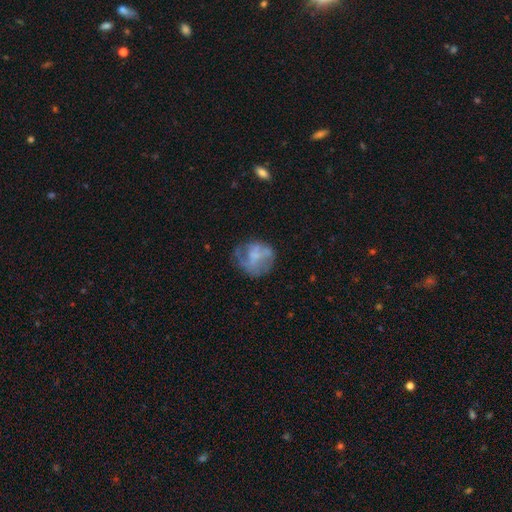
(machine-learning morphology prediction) Smooth or featured?
  - featured or disk: 49% *
  - smooth: 41%
  - star or artifact: 10%
Merging?
  - none: 53% *
  - minor disturbance: 22%
  - major disturbance: 22%
  - merger: 4%